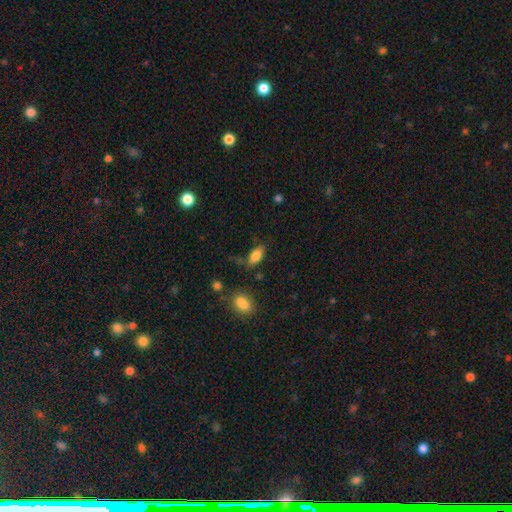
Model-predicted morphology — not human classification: type=smooth (83%); roundness=in between (89%); merging=none (73%).